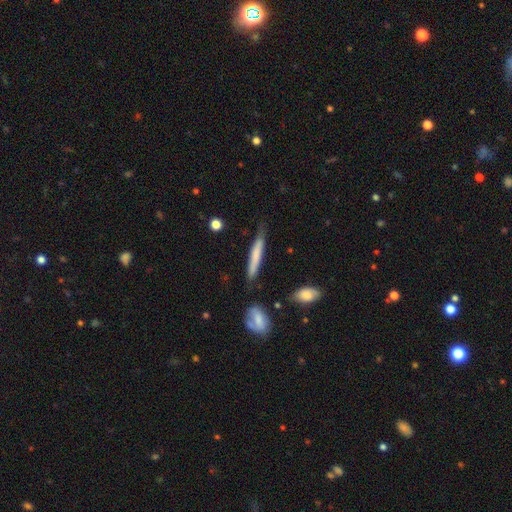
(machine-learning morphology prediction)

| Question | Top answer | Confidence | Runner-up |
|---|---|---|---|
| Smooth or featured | smooth | 64% | featured or disk (30%) |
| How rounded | cigar-shaped | 93% | in between (5%) |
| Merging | none | 69% | minor disturbance (23%) |